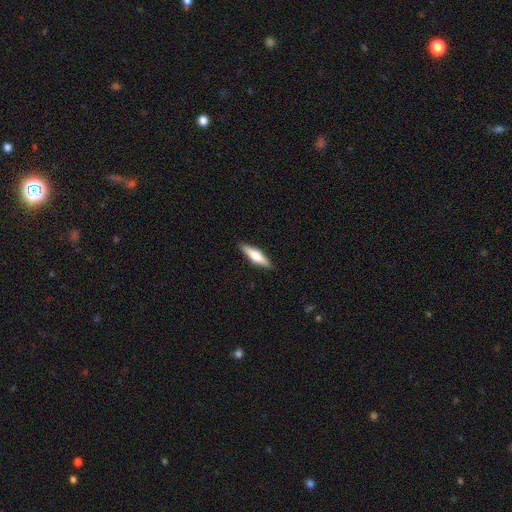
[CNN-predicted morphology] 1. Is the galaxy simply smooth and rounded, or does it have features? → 56% smooth, 39% featured or disk, 5% star or artifact.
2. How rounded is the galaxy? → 71% cigar-shaped, 28% in between, 2% round.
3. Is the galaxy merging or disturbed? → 90% none, 8% minor disturbance, 2% major disturbance, 1% merger.